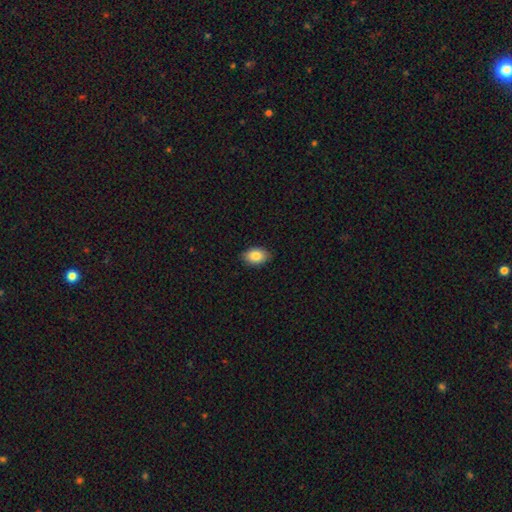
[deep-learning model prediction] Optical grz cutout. It shows a smooth galaxy with no disk features (85%) that is in between round and cigar-shaped (85%). Merging: none (87%).